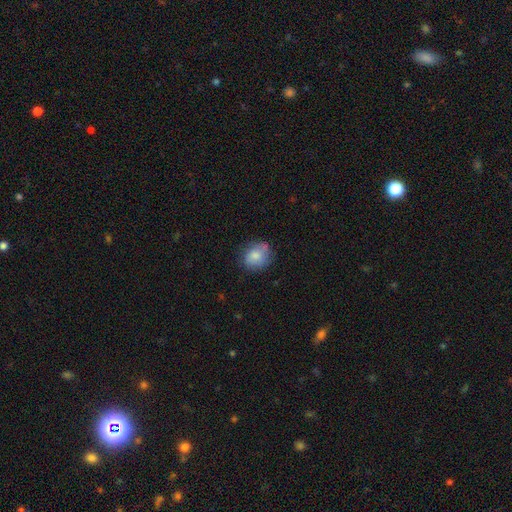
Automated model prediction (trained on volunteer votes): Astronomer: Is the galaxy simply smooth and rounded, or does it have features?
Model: smooth — 79%.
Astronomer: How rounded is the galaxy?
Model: round — 62% (runner-up: in between, 37%).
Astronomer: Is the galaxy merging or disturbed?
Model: none — 68%.